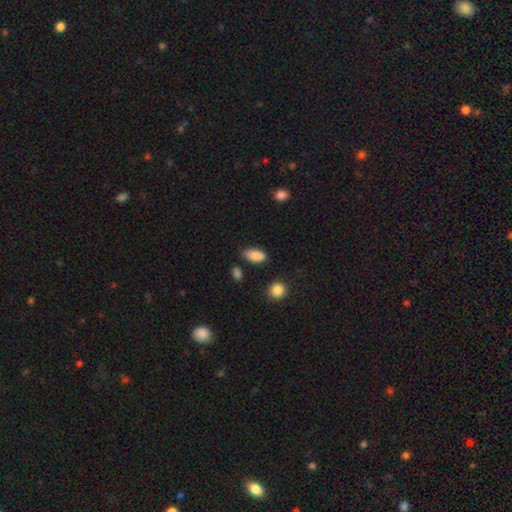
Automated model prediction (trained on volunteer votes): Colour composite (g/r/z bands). It shows a smooth galaxy with no disk features (88%) that is in between round and cigar-shaped (90%). Merging: none (79%).